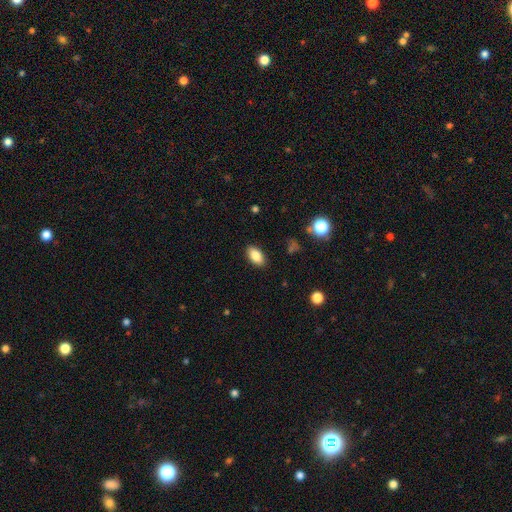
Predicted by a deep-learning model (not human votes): This appears to be a smooth galaxy with no disk features (86%) that is in between round and cigar-shaped (93%). Merging: none (88%).